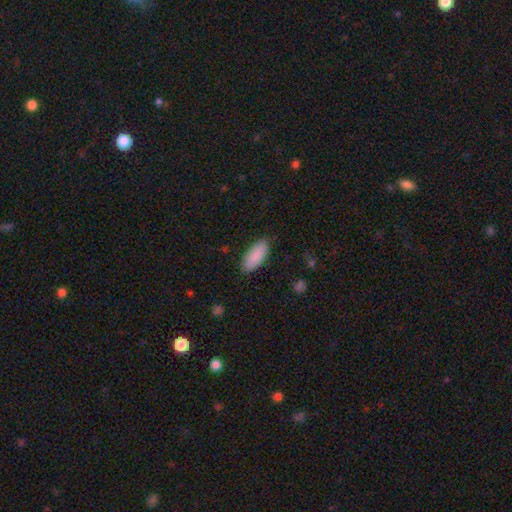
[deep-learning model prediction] Smooth or featured? Predicted: smooth (p=0.89). How rounded? Predicted: in between (p=0.84). Merging? Predicted: none (p=0.85).